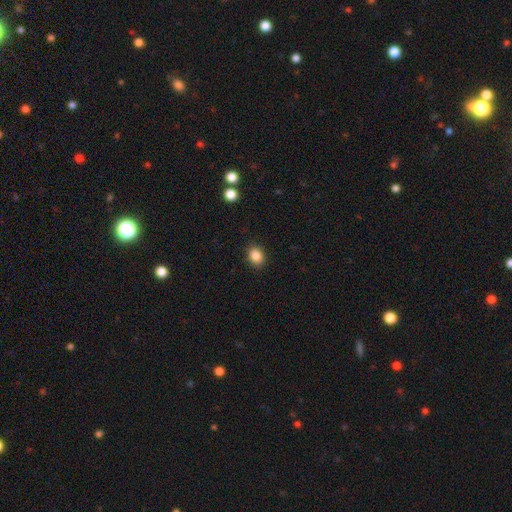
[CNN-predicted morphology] Smooth or featured? smooth (86%)
How rounded? in between (53%)
Merging? none (89%)